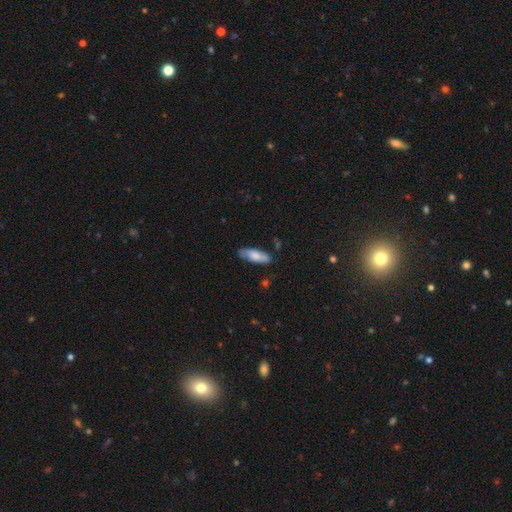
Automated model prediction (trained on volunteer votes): Smooth or featured: smooth — 71% (featured or disk — 23%)
How rounded: in between — 65% (cigar-shaped — 33%)
Merging: none — 76% (minor disturbance — 18%)